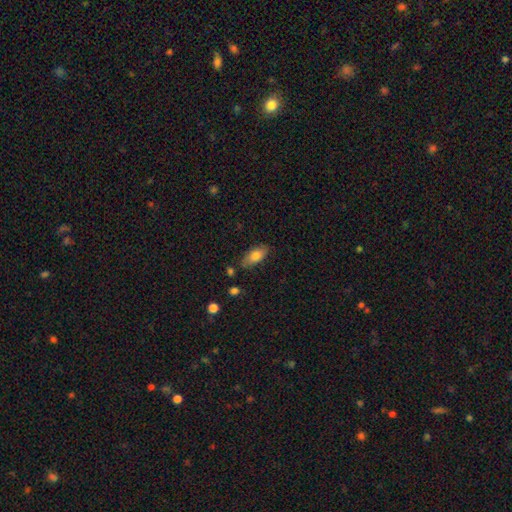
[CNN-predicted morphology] Smooth or featured?
  - smooth: 79% *
  - featured or disk: 13%
  - star or artifact: 7%
How rounded?
  - in between: 85% *
  - cigar-shaped: 12%
  - round: 3%
Merging?
  - none: 79% *
  - minor disturbance: 15%
  - merger: 3%
  - major disturbance: 3%